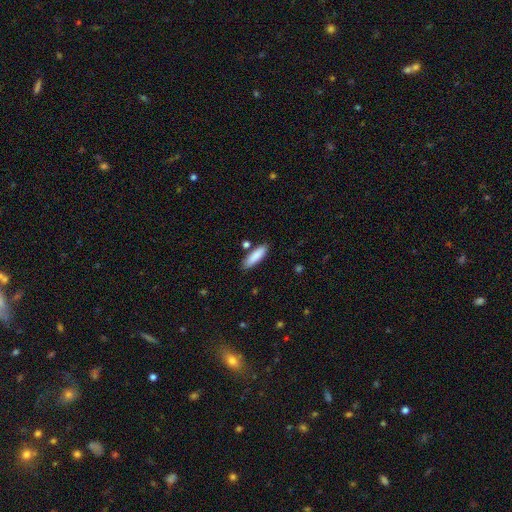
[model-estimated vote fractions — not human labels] A smooth galaxy with no disk features (87%) that is cigar-shaped (56%).

Vote fractions:
- Smooth or featured? smooth: 87% / featured or disk: 7% / star or artifact: 6%
- How rounded? cigar-shaped: 56% / in between: 42% / round: 2%
- Merging? none: 82% / minor disturbance: 11% / merger: 5% / major disturbance: 2%